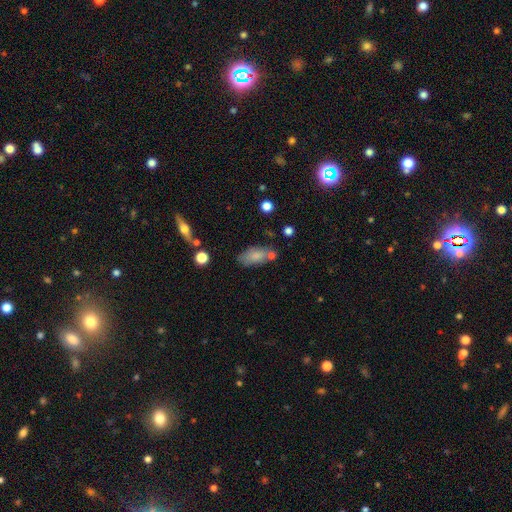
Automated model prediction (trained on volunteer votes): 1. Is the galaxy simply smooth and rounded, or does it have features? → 79% smooth, 13% featured or disk, 8% star or artifact.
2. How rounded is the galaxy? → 87% in between, 10% cigar-shaped, 3% round.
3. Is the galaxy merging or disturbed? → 63% none, 20% minor disturbance, 12% merger, 6% major disturbance.